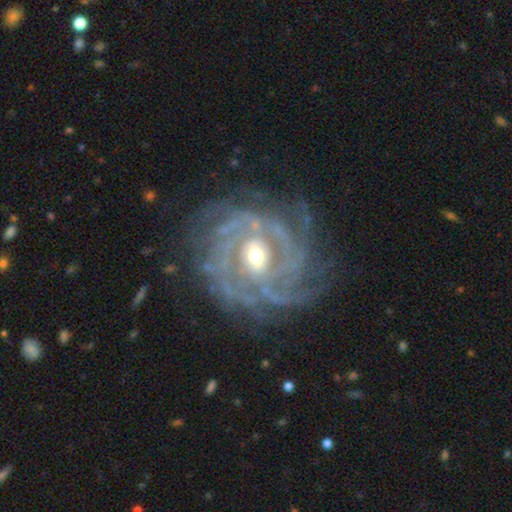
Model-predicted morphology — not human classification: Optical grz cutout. It shows a featured or disk galaxy (90%) with no bar (46%), tight (69%) spiral arms (96%) and a moderate central bulge (59%). Merging: none (70%).